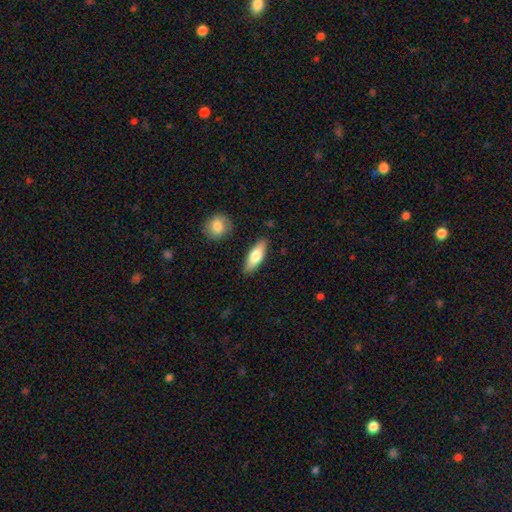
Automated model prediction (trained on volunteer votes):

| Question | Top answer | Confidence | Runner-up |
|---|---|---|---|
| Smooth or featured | smooth | 70% | featured or disk (24%) |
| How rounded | in between | 66% | cigar-shaped (32%) |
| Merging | none | 86% | minor disturbance (10%) |